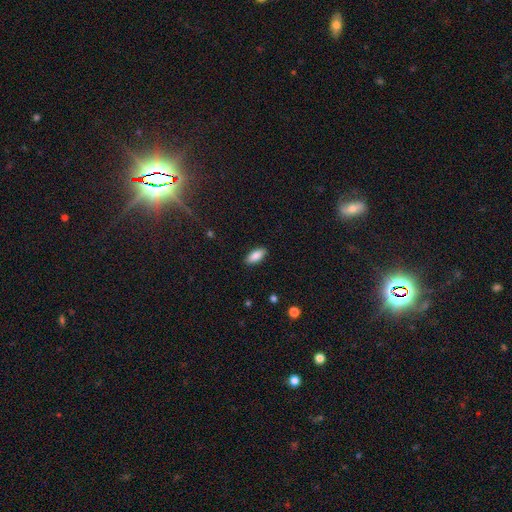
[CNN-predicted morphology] A smooth galaxy with no disk features (87%) that is in between round and cigar-shaped (85%). Merging: none (89%).